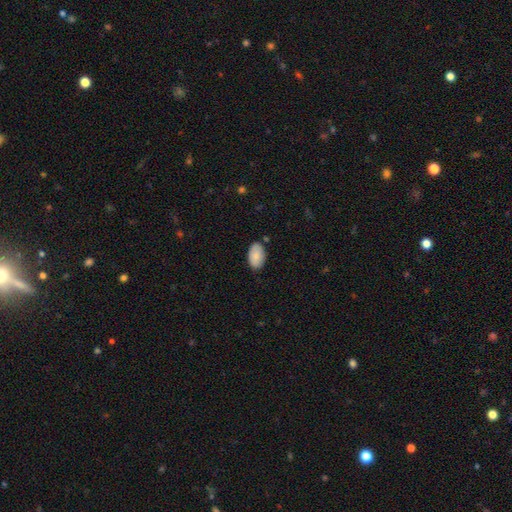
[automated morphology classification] Smooth or featured? Predicted: smooth (p=0.84). How rounded? Predicted: in between (p=0.94). Merging? Predicted: none (p=0.81).